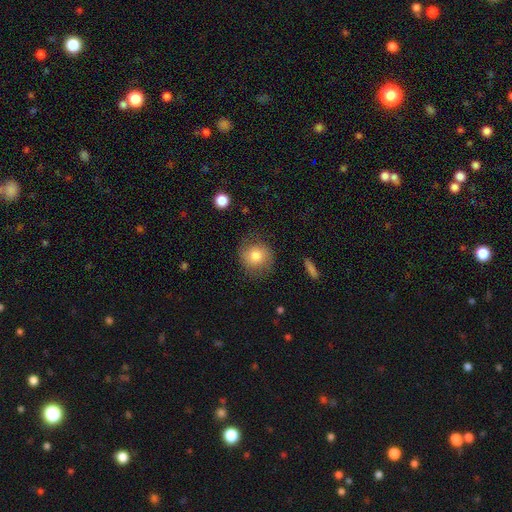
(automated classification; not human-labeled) A smooth galaxy with no disk features (74%) that is round (87%). Merging: none (75%).